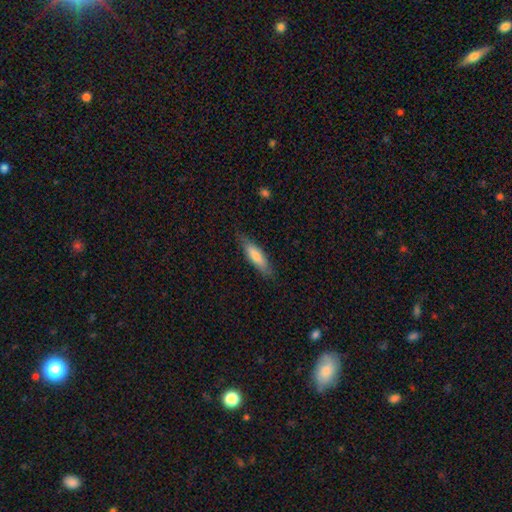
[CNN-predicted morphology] Smooth or featured?
  - smooth: 70% *
  - featured or disk: 24%
  - star or artifact: 6%
How rounded?
  - cigar-shaped: 68% *
  - in between: 31%
  - round: 1%
Merging?
  - none: 82% *
  - minor disturbance: 14%
  - major disturbance: 3%
  - merger: 1%